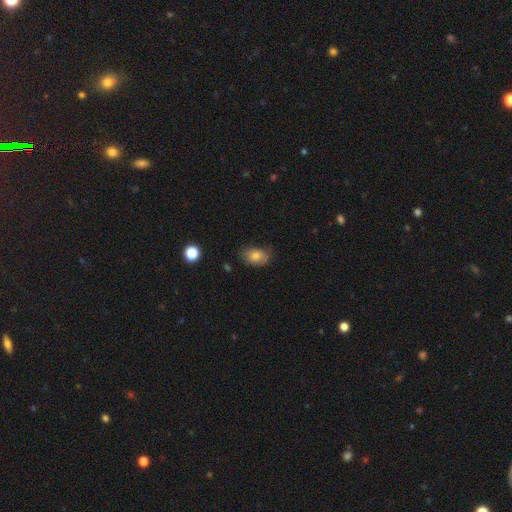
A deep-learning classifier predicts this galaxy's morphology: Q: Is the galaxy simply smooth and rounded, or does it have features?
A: smooth — 77%.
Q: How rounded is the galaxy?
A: in between — 80%.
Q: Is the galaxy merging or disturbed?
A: none — 65%.